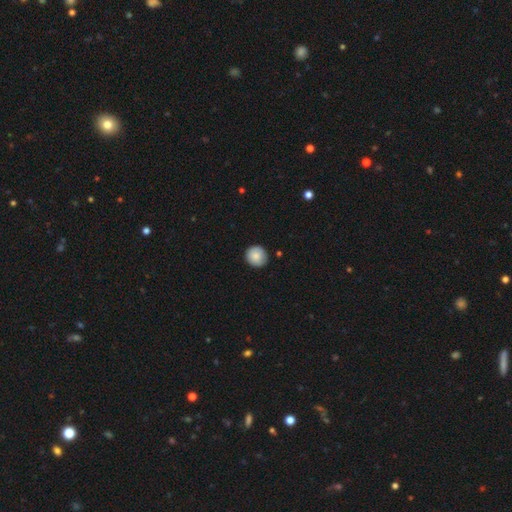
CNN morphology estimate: A smooth galaxy with no disk features (85%) that is round (91%). Merging: none (86%).